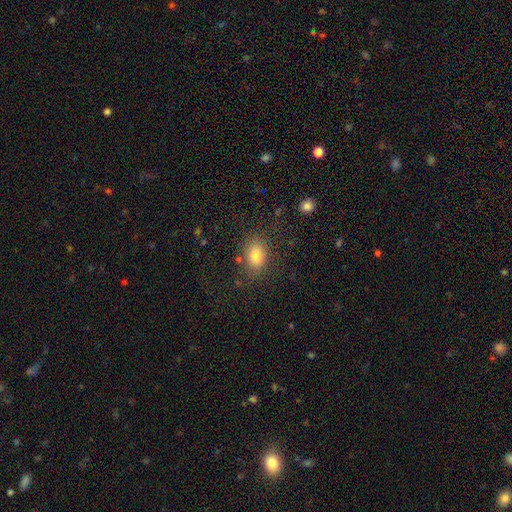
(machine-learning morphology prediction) Smooth or featured? smooth (81%)
How rounded? in between (78%)
Merging? none (79%)